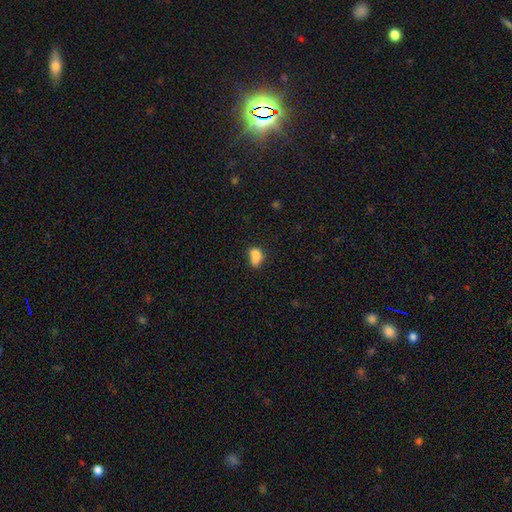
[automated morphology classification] The model was most divided on "merging" (2-way tie): merger: 33%, none: 33%, minor disturbance: 22%, major disturbance: 11%. More confident: smooth or featured — smooth (78%); how rounded — in between (76%).